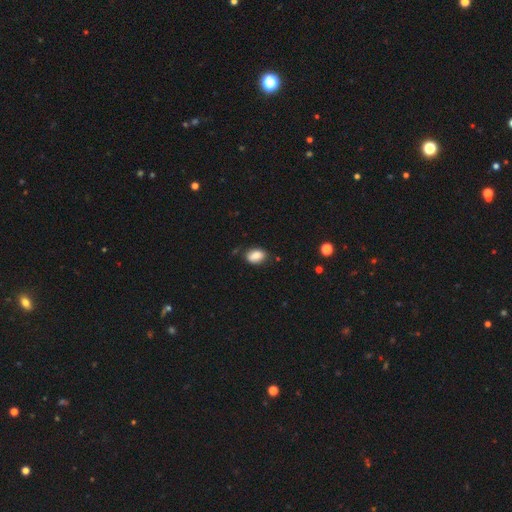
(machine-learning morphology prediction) A smooth galaxy with no disk features (85%) that is in between round and cigar-shaped (84%).

Vote fractions:
- Smooth or featured? smooth: 85% / star or artifact: 8% / featured or disk: 7%
- How rounded? in between: 84% / round: 15% / cigar-shaped: 1%
- Merging? none: 79% / minor disturbance: 16% / major disturbance: 3% / merger: 2%